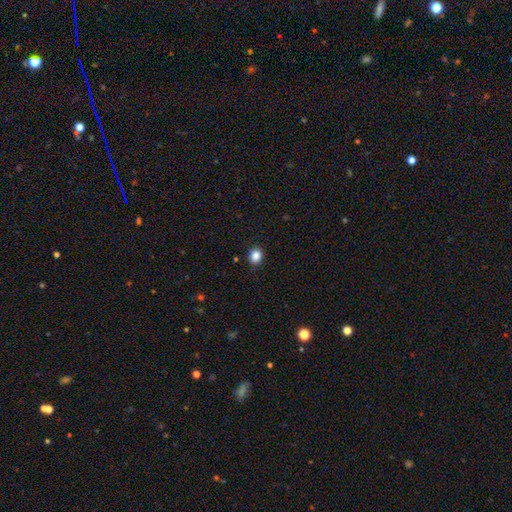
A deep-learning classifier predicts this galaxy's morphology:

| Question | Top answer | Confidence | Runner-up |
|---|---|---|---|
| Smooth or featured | smooth | 85% | star or artifact (11%) |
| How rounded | round | 69% | in between (30%) |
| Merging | none | 90% | minor disturbance (7%) |